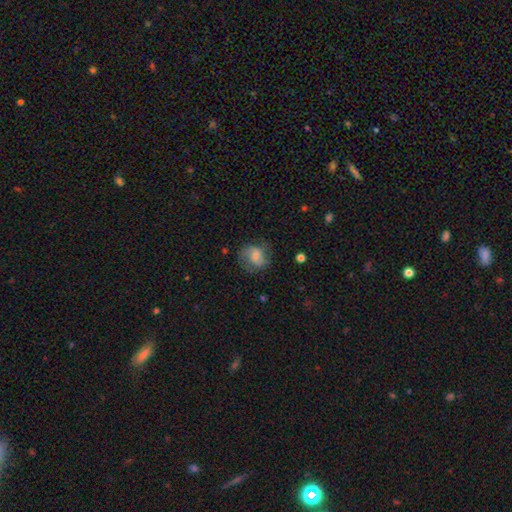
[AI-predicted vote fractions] A featured or disk galaxy (54%) with no bar (48%), spiral arms (84%) and a moderate central bulge (50%).

Vote fractions:
- Smooth or featured? featured or disk: 54% / smooth: 36% / star or artifact: 10%
- Edge-on disk? no: 97% / yes: 3%
- Bar? no: 48% / weak: 40% / strong: 12%
- Spiral arms? yes: 84% / no: 16%
- Bulge size? moderate: 50% / small: 41% / large: 4% / none: 4% / dominant: 1%
- Merging? none: 70% / minor disturbance: 20% / major disturbance: 9% / merger: 1%